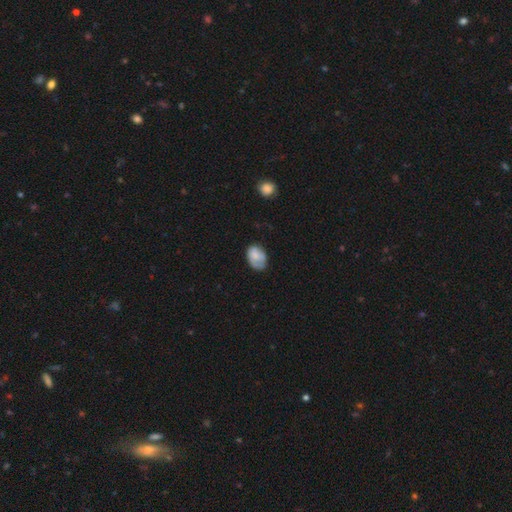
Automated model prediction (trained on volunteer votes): Smooth or featured?
  - smooth: 74% *
  - featured or disk: 19%
  - star or artifact: 8%
How rounded?
  - in between: 80% *
  - round: 19%
  - cigar-shaped: 1%
Merging?
  - none: 52% *
  - minor disturbance: 33%
  - major disturbance: 13%
  - merger: 3%